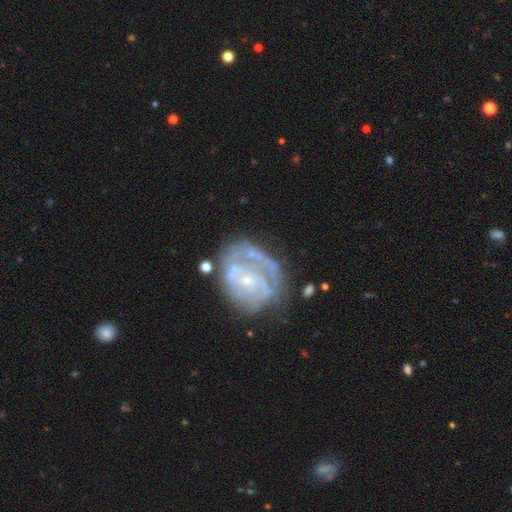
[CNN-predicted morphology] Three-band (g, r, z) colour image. It shows a featured or disk galaxy (75%) with no bar (73%), spiral arms (65%) and a small central bulge (69%). Merging: none (50%).